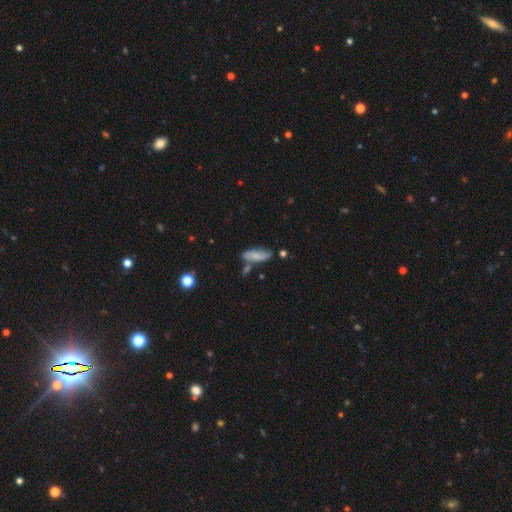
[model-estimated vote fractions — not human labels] smooth_or_featured: smooth (p=0.69) [alt: featured or disk p=0.23]
how_rounded: in between (p=0.61) [alt: cigar-shaped p=0.37]
merging: none (p=0.59) [alt: minor disturbance p=0.21]